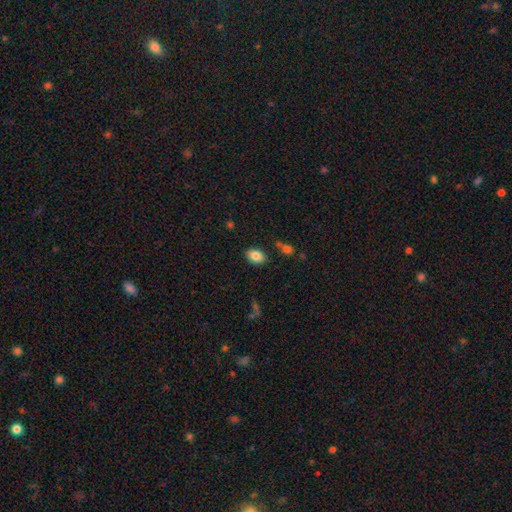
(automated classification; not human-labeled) Smooth or featured? Predicted: smooth (p=0.85). How rounded? Predicted: in between (p=0.81). Merging? Predicted: none (p=0.85).